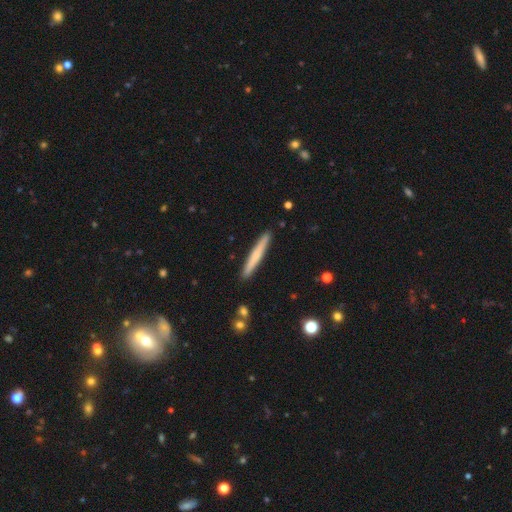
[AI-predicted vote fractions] Overall: smooth (62%; featured or disk 32%). How rounded: cigar-shaped (96%). Merging: none (92%).